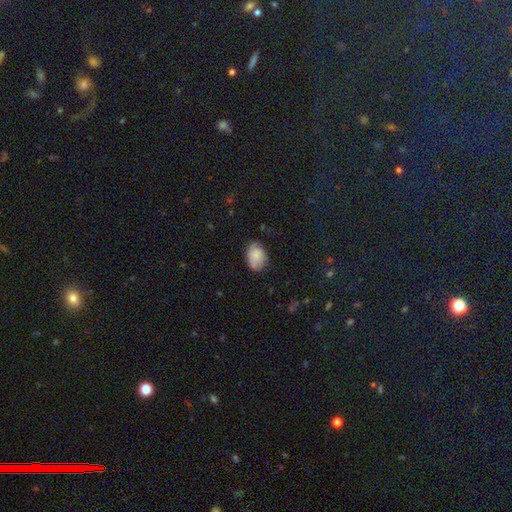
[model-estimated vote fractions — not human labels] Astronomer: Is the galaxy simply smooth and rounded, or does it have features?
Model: smooth — 73%.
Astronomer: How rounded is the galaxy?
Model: in between — 82%.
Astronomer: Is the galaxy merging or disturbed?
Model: none — 62%.